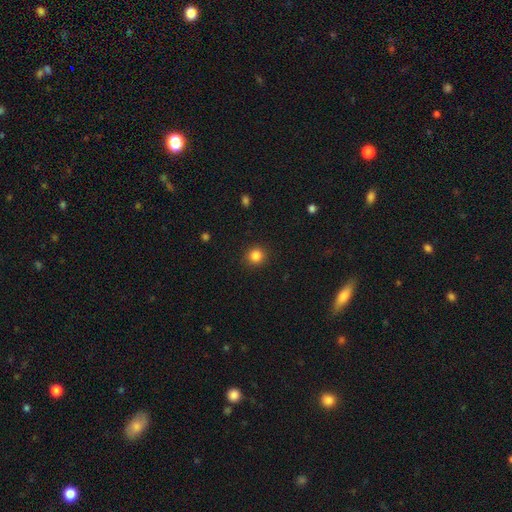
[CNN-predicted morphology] Smooth or featured?
  - smooth: 85% *
  - star or artifact: 11%
  - featured or disk: 4%
How rounded?
  - round: 91% *
  - in between: 8%
  - cigar-shaped: 1%
Merging?
  - none: 91% *
  - minor disturbance: 6%
  - major disturbance: 2%
  - merger: 1%